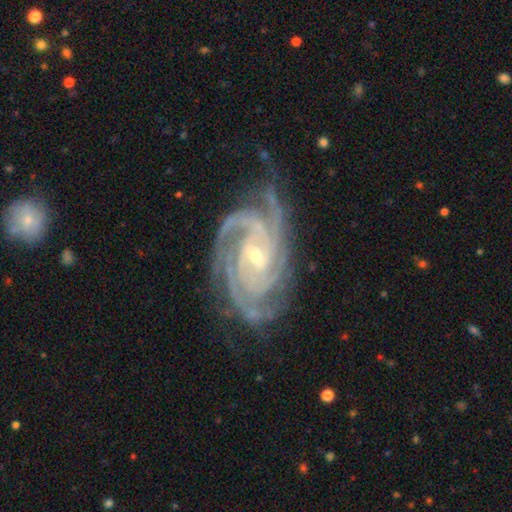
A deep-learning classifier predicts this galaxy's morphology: A featured or disk galaxy (93%) with a weak bar (45%), 4 (34%) tight (73%) spiral arms (99%) and a small central bulge (65%). Merging: none (73%).